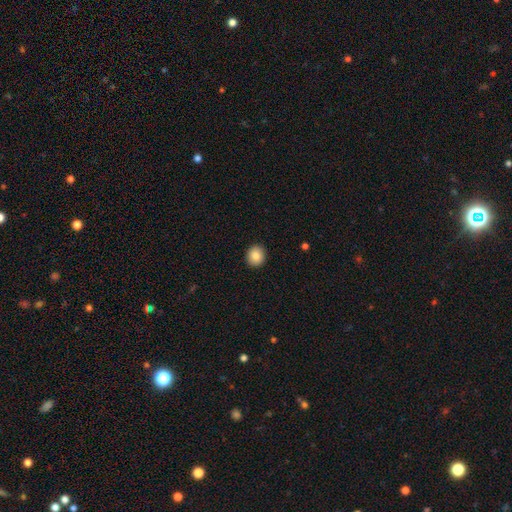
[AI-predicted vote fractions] This appears to be a smooth galaxy with no disk features (87%) that is round (84%). Merging: none (92%).